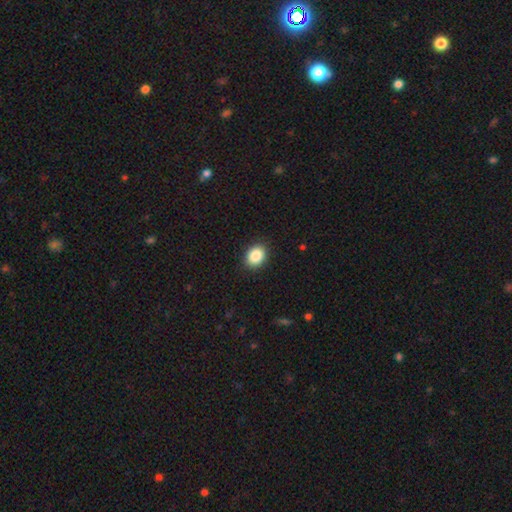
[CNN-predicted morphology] smooth-or-featured: smooth: 88% | star or artifact: 8% | featured or disk: 4%
  how-rounded: in between: 59% | round: 40% | cigar-shaped: 1%
  merging: none: 90% | minor disturbance: 7% | major disturbance: 2% | merger: 1%